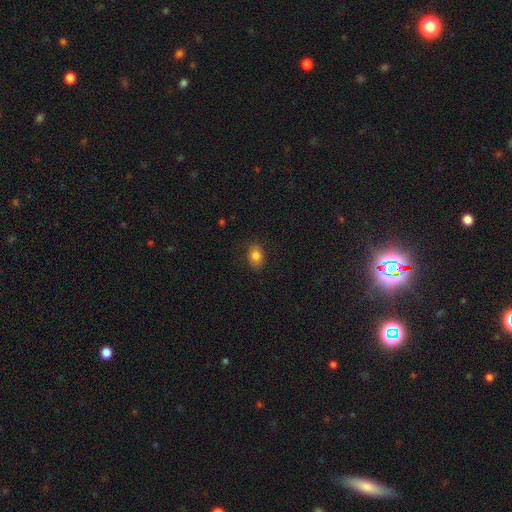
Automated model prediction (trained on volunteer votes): smooth-or-featured: smooth: 83% | star or artifact: 10% | featured or disk: 8%
  how-rounded: in between: 69% | round: 30% | cigar-shaped: 1%
  merging: none: 84% | minor disturbance: 12% | major disturbance: 3% | merger: 1%